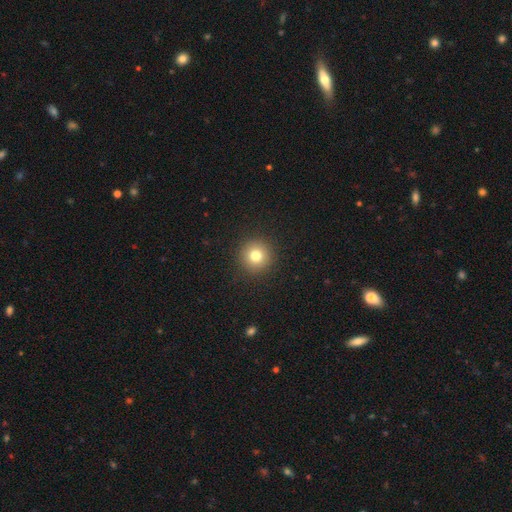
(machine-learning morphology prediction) A smooth galaxy with no disk features (79%) that is round (95%).

Vote fractions:
- Smooth or featured? smooth: 79% / star or artifact: 12% / featured or disk: 9%
- How rounded? round: 95% / in between: 4% / cigar-shaped: 1%
- Merging? none: 92% / minor disturbance: 5% / major disturbance: 2% / merger: 1%